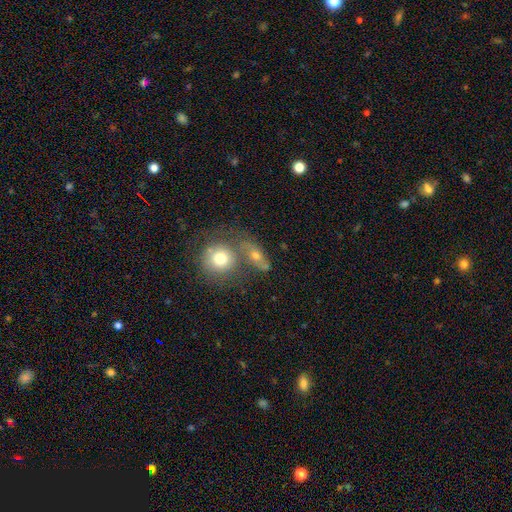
Volunteers were most divided on "smooth or featured": featured or disk: 50%, smooth: 42%, star or artifact: 8%. Remaining: edge-on disk — no (90%); bar — no (89%); bulge size — moderate (72%); merging — none (68%); spiral arm count — 2 (60%); spiral arms — yes (56%); spiral winding — tight (40%).